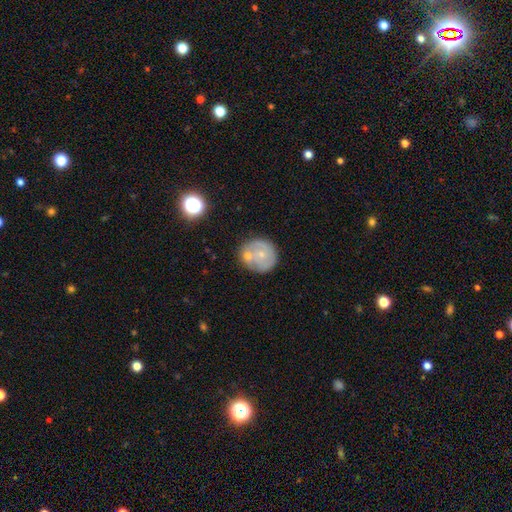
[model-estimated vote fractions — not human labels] Smooth or featured? Predicted: featured or disk (p=0.51). Edge-on disk? Predicted: no (p=0.97). Merging? Predicted: none (p=0.59).